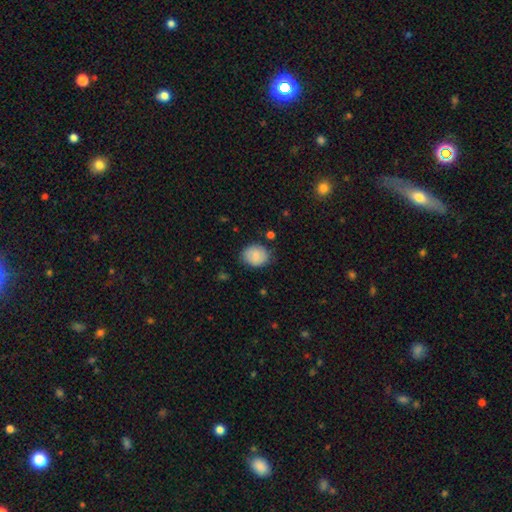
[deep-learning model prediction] Smooth or featured: smooth — 78% (featured or disk — 14%)
How rounded: round — 58% (in between — 41%)
Merging: none — 77% (minor disturbance — 17%)